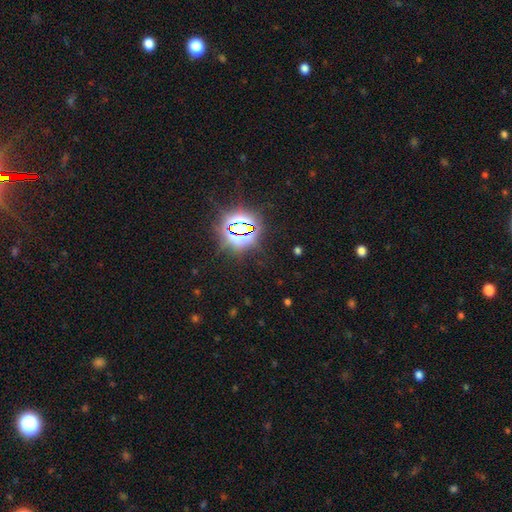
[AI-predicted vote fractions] star or artifact 85%, smooth 10%, featured or disk 6%.